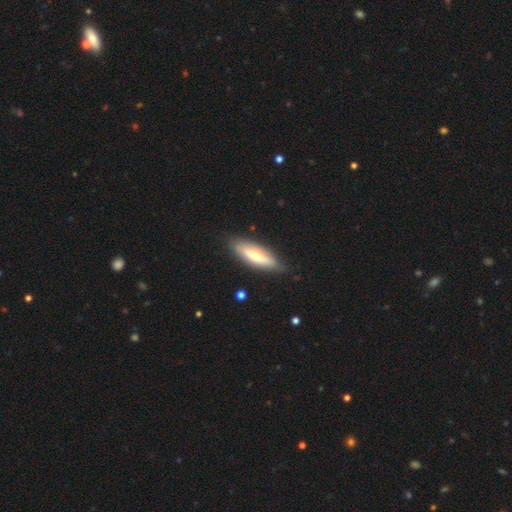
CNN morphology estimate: Smooth or featured?
  - smooth: 56% *
  - featured or disk: 39%
  - star or artifact: 5%
How rounded?
  - in between: 52% *
  - cigar-shaped: 47%
  - round: 2%
Merging?
  - none: 83% *
  - minor disturbance: 13%
  - major disturbance: 3%
  - merger: 1%